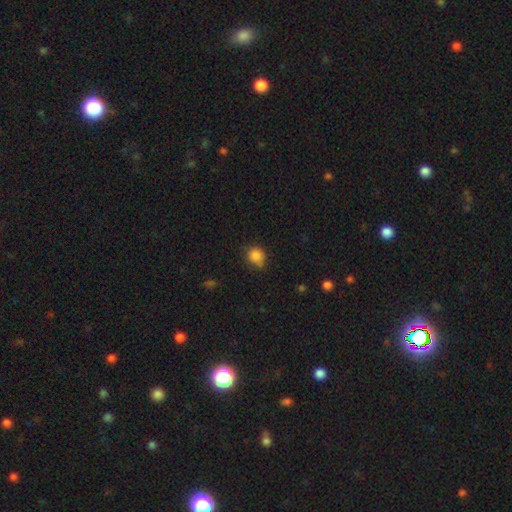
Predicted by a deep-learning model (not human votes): The model was most divided on "merging": none: 64%, minor disturbance: 27%, major disturbance: 5%, merger: 3%. More confident: smooth or featured — smooth (85%); how rounded — round (80%).